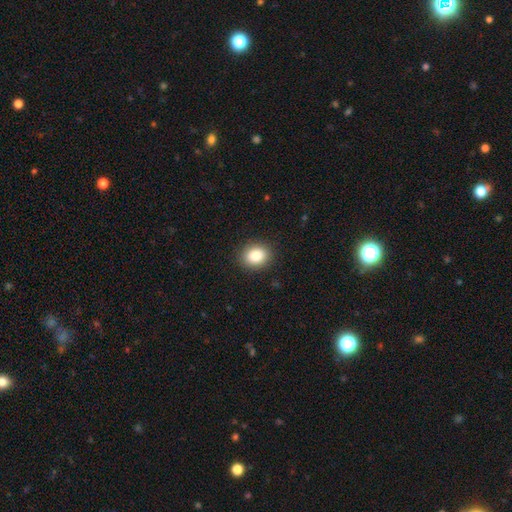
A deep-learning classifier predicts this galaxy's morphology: A smooth galaxy with no disk features (86%) that is round (52%). Merging: none (89%).